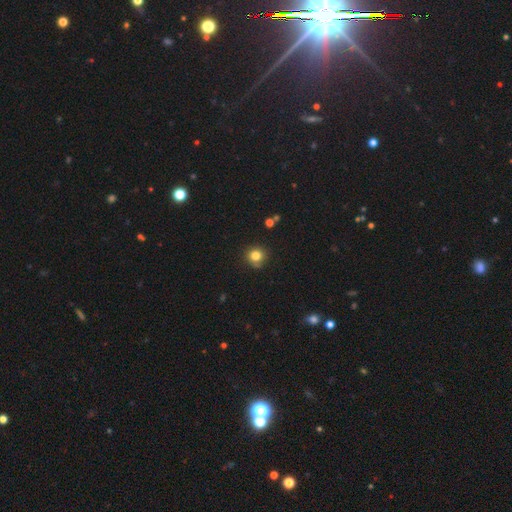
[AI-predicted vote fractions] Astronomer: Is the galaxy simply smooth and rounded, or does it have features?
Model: smooth — 81%.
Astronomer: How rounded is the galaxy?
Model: round — 91%.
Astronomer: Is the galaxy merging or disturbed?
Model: none — 80%.